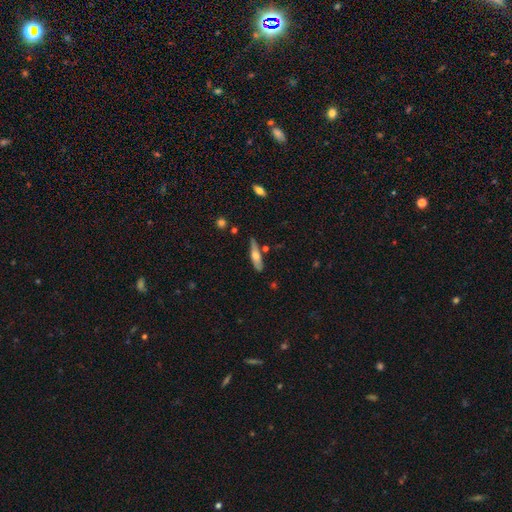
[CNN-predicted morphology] Smooth or featured: smooth — 55% (featured or disk — 39%)
How rounded: cigar-shaped — 70% (in between — 28%)
Merging: none — 70% (minor disturbance — 20%)